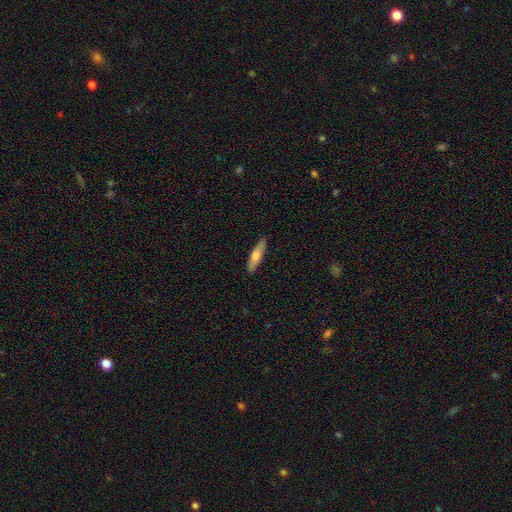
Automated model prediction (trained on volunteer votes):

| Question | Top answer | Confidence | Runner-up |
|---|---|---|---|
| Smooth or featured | smooth | 60% | featured or disk (34%) |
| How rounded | cigar-shaped | 74% | in between (25%) |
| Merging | none | 89% | minor disturbance (8%) |